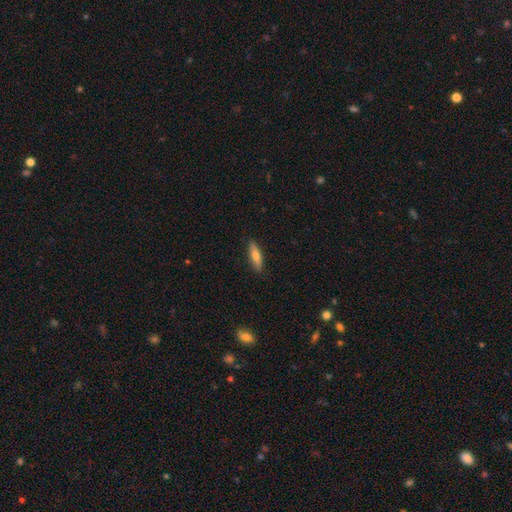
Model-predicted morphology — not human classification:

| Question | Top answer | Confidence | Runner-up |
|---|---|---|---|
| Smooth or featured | smooth | 66% | featured or disk (28%) |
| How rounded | cigar-shaped | 68% | in between (30%) |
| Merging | none | 89% | minor disturbance (9%) |